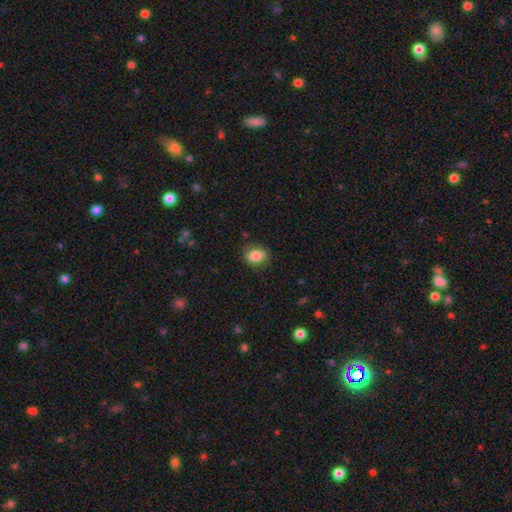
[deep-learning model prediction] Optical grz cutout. It shows a smooth galaxy with no disk features (83%) that is in between round and cigar-shaped (57%). Merging: none (75%).